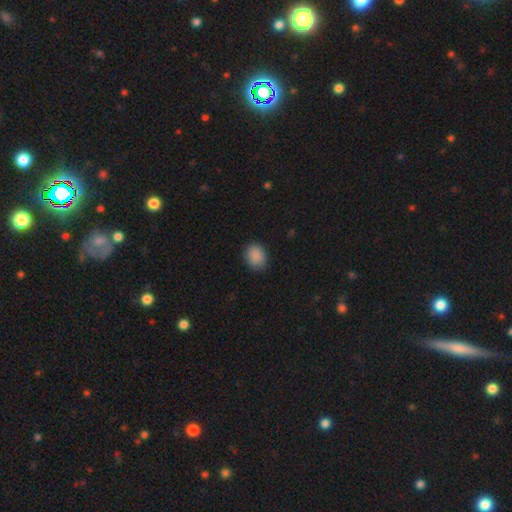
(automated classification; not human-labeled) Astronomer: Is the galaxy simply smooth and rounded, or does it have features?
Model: smooth — 89%.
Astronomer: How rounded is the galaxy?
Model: round — 55% (runner-up: in between, 44%).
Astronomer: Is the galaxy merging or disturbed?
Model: none — 85%.